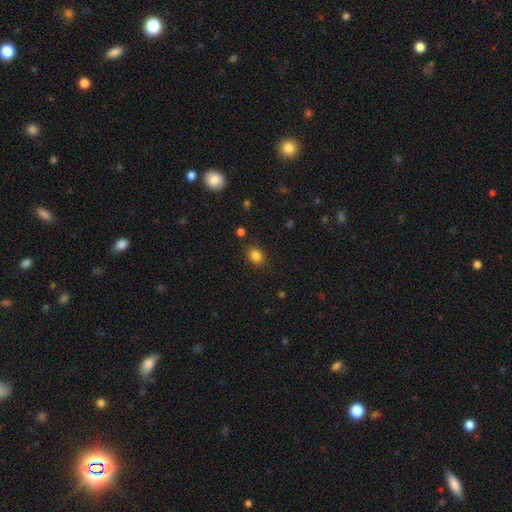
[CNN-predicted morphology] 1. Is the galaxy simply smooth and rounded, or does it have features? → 84% smooth, 12% star or artifact, 5% featured or disk.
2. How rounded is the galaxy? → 55% in between, 44% round, 1% cigar-shaped.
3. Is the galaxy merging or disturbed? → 85% none, 10% minor disturbance, 3% major disturbance, 2% merger.